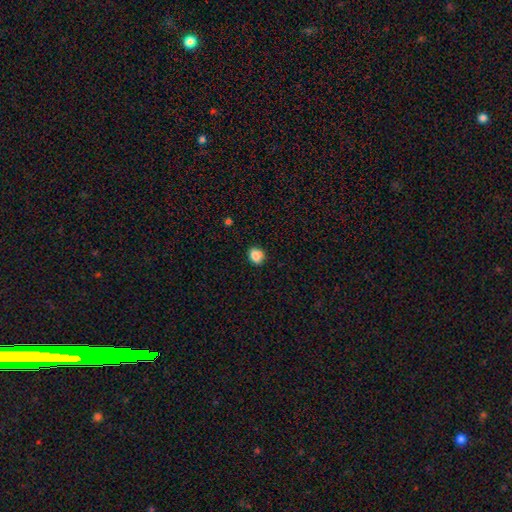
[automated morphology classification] Smooth or featured? smooth (82%)
How rounded? round (63%)
Merging? none (68%)